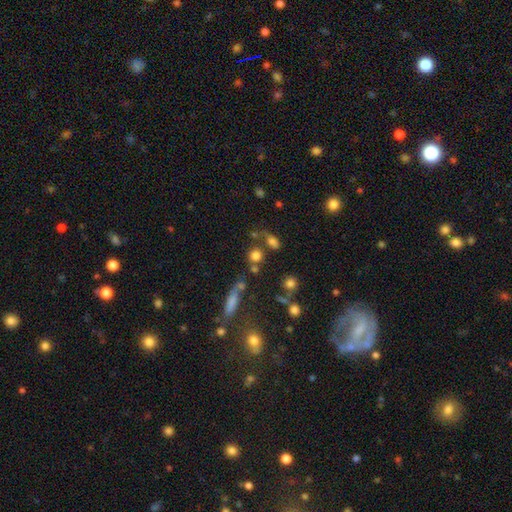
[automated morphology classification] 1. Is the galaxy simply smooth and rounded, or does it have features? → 76% smooth, 15% star or artifact, 9% featured or disk.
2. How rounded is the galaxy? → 81% round, 16% in between, 3% cigar-shaped.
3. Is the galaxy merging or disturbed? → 60% none, 22% merger, 12% minor disturbance, 6% major disturbance.